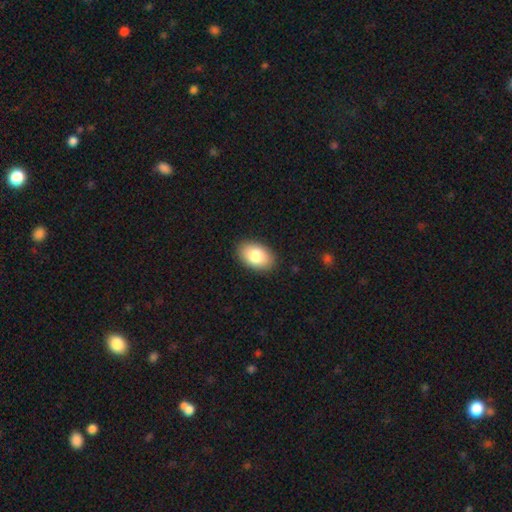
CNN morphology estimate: This is clearly a smooth galaxy (82%). How rounded: clearly in between (89%). Merging: clearly none (89%).